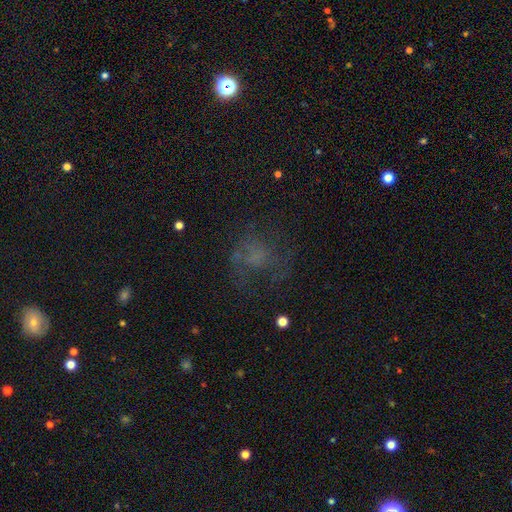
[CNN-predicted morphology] type=smooth (39%); merging=none (52%).